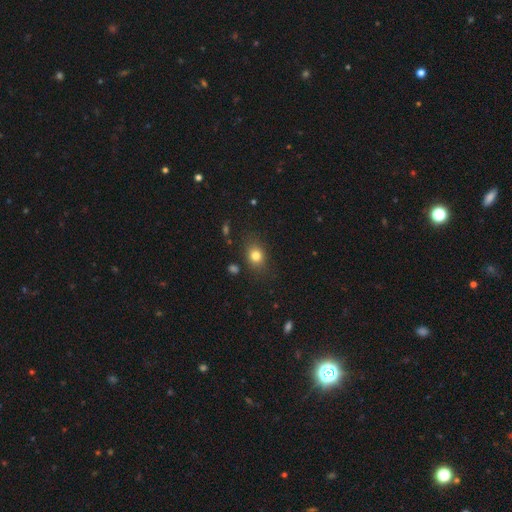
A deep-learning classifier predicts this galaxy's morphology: type=smooth (80%); roundness=round (50%); merging=none (80%).